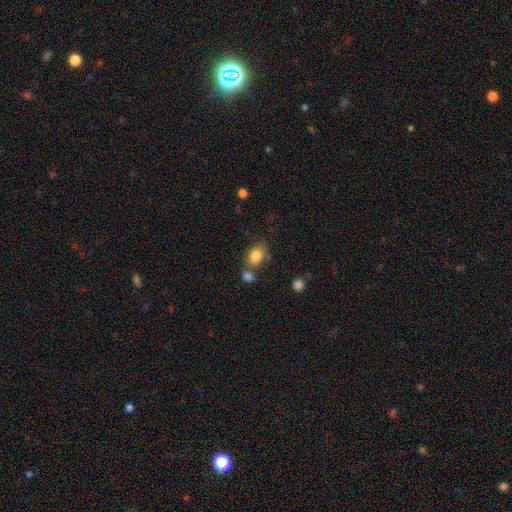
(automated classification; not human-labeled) Smooth or featured?
  - smooth: 84% *
  - star or artifact: 9%
  - featured or disk: 7%
How rounded?
  - in between: 71% *
  - round: 28%
  - cigar-shaped: 1%
Merging?
  - none: 62% *
  - merger: 19%
  - minor disturbance: 14%
  - major disturbance: 5%